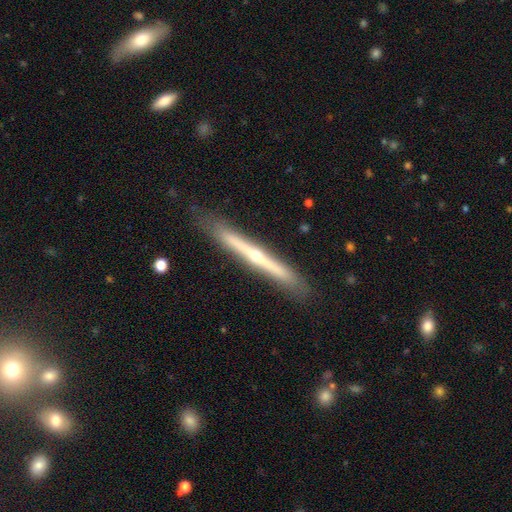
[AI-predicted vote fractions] Smooth or featured: featured or disk — 72% (smooth — 23%)
Edge-on disk: yes — 96% (no — 4%)
Edge-on bulge: rounded — 79% (none — 18%)
Merging: none — 85% (minor disturbance — 11%)